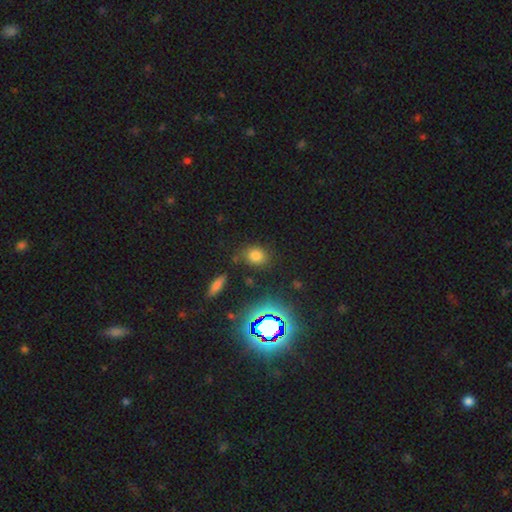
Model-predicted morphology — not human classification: Overall: smooth (72%). How rounded: round (51%; in between 47%). Merging: none (74%).